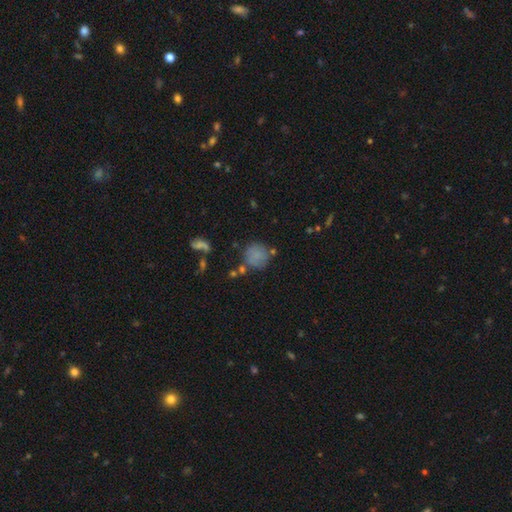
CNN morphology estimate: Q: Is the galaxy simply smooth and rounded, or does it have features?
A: smooth — 74%.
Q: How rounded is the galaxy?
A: round — 86%.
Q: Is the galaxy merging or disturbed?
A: none — 63%.